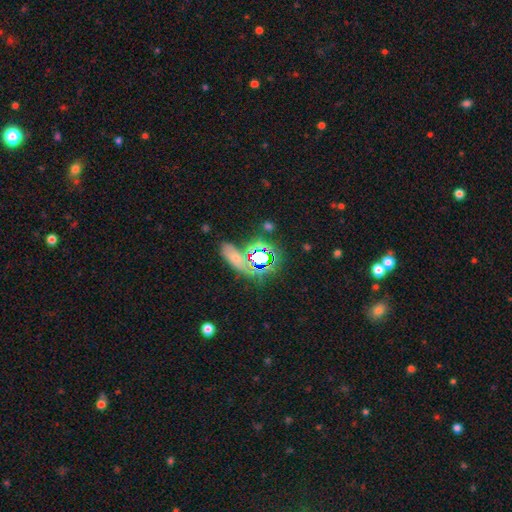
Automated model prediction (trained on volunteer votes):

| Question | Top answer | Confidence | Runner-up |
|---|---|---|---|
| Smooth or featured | star or artifact | 54% | smooth (34%) |